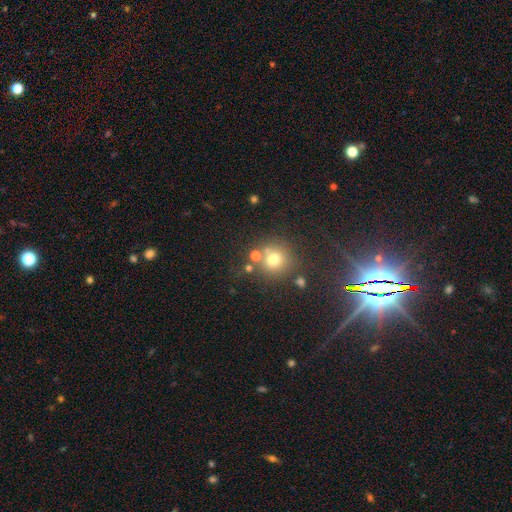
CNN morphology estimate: smooth_or_featured: smooth (p=0.63) [alt: star or artifact p=0.25]
how_rounded: round (p=0.90) [alt: in between p=0.09]
merging: none (p=0.68) [alt: merger p=0.18]